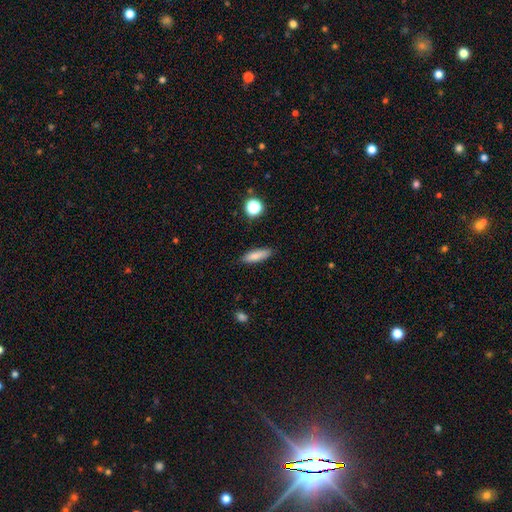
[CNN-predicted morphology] This appears to be a smooth galaxy with no disk features (82%) that is cigar-shaped (56%). Merging: none (86%).